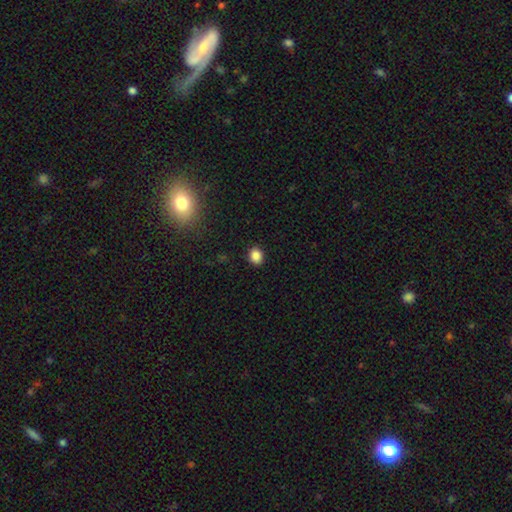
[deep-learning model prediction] Smooth or featured?
  - smooth: 86% *
  - star or artifact: 11%
  - featured or disk: 3%
How rounded?
  - round: 59% *
  - in between: 40%
  - cigar-shaped: 1%
Merging?
  - none: 90% *
  - minor disturbance: 7%
  - major disturbance: 2%
  - merger: 1%